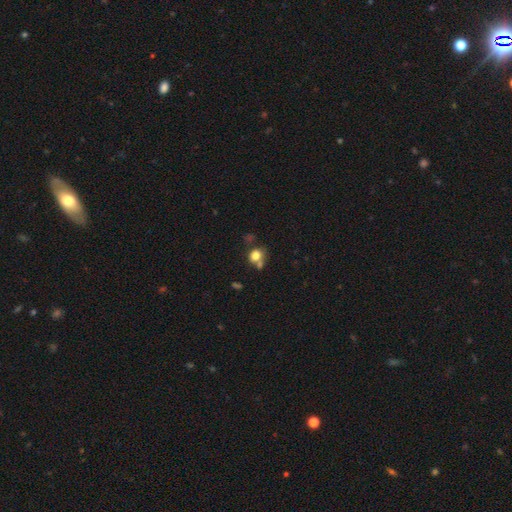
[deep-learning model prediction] This appears to be a smooth galaxy with no disk features (77%) that is round (69%). Merging: none (52%).